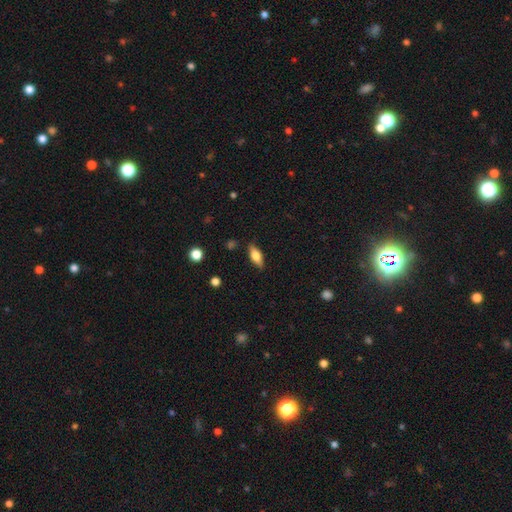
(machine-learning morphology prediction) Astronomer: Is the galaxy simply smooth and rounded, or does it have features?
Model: smooth — 65%.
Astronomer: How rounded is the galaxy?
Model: in between — 71%.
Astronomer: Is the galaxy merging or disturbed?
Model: none — 86%.